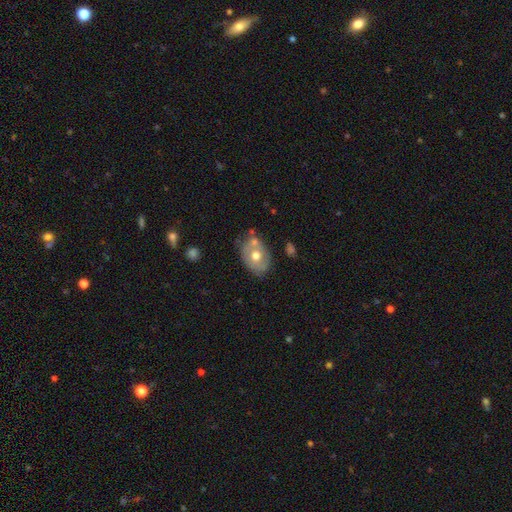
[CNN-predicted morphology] A smooth galaxy with no disk features (53%) that is in between round and cigar-shaped (70%). Merging: none (55%).